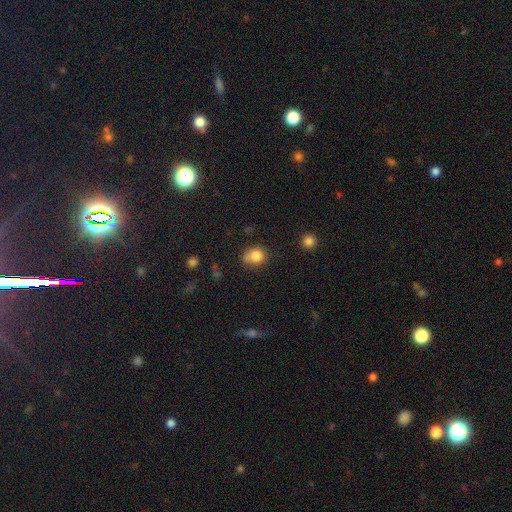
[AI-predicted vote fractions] Smooth or featured? smooth (83%)
How rounded? round (66%)
Merging? none (59%)